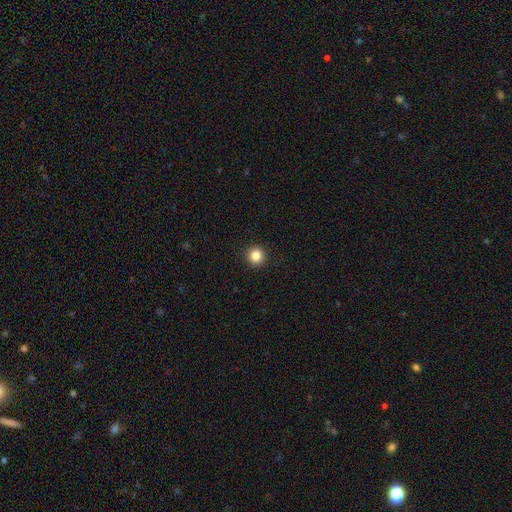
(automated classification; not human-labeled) Smooth or featured? Predicted: smooth (p=0.85). How rounded? Predicted: round (p=0.95). Merging? Predicted: none (p=0.93).